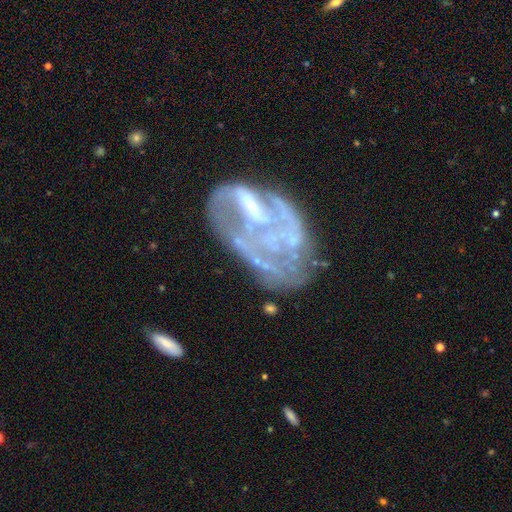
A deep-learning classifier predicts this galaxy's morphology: A featured or disk galaxy (73%) with no bar (70%), no spiral arms (64%) and no central bulge (55%).

Vote fractions:
- Smooth or featured? featured or disk: 73% / smooth: 16% / star or artifact: 10%
- Edge-on disk? no: 97% / yes: 3%
- Bar? no: 70% / weak: 20% / strong: 9%
- Spiral arms? no: 64% / yes: 36%
- Bulge size? none: 55% / small: 20% / moderate: 19% / large: 4% / dominant: 2%
- Merging? major disturbance: 37% / none: 32% / minor disturbance: 21% / merger: 11%